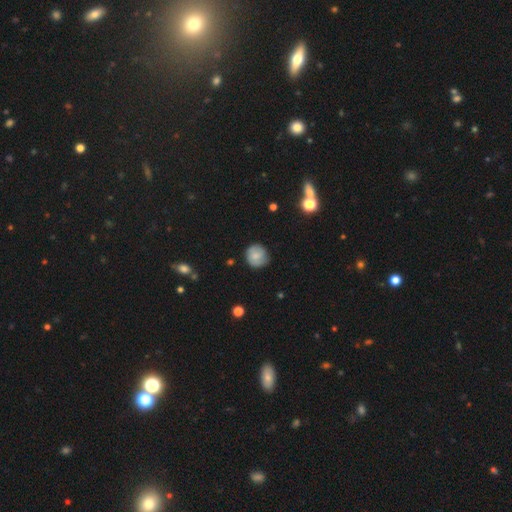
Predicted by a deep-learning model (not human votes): This appears to be a smooth galaxy with no disk features (72%) that is round (90%). Merging: none (78%).